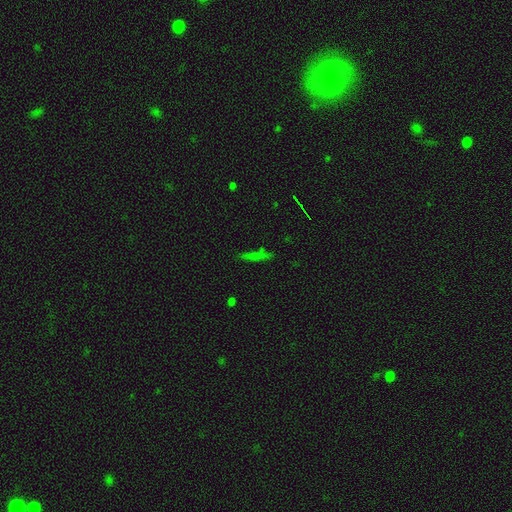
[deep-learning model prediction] This is possibly a smooth galaxy (60%). How rounded: clearly cigar-shaped (86%). Merging: likely none (76%).